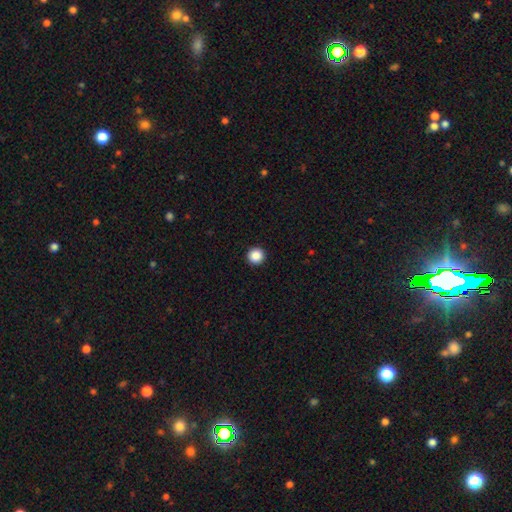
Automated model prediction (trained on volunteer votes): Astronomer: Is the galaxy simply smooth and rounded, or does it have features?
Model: smooth — 88%.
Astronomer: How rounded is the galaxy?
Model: round — 96%.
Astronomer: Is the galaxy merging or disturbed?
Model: none — 94%.